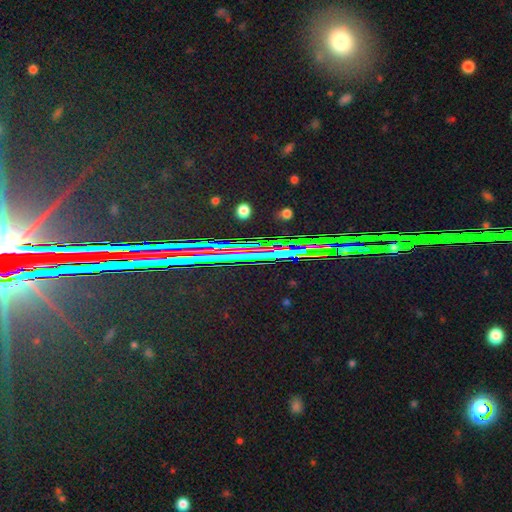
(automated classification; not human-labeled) Smooth or featured: star or artifact — 79% (featured or disk — 13%)